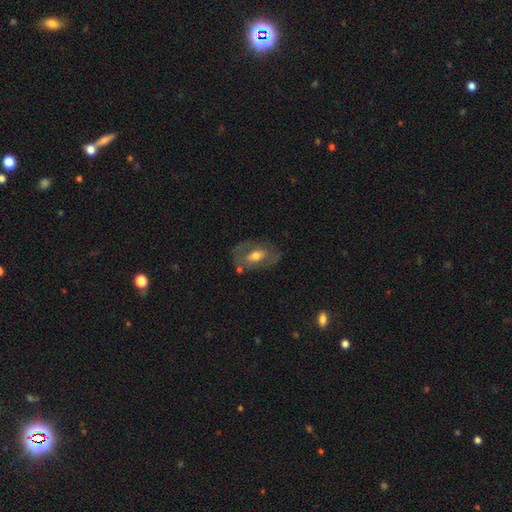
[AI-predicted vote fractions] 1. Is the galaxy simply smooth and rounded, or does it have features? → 63% featured or disk, 28% smooth, 9% star or artifact.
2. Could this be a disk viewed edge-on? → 91% no, 9% yes.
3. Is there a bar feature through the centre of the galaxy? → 50% no, 34% weak, 16% strong.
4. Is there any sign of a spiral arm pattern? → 54% no, 46% yes.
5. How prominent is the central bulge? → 64% moderate, 21% small, 12% large, 2% none, 1% dominant.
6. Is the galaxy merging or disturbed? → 70% none, 17% minor disturbance, 9% major disturbance, 4% merger.